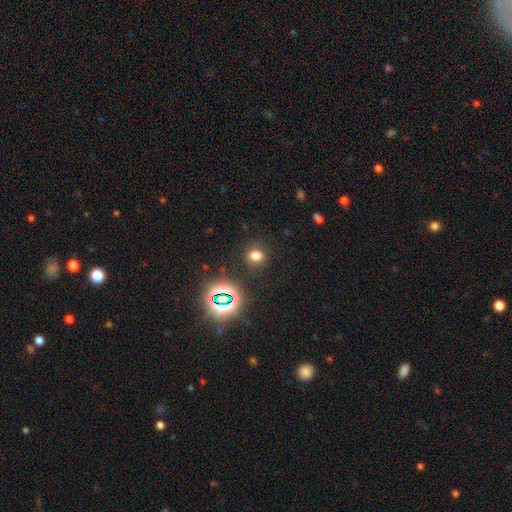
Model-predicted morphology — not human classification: Smooth or featured: smooth — 68% (star or artifact — 24%)
How rounded: round — 59% (in between — 40%)
Merging: none — 83% (minor disturbance — 10%)